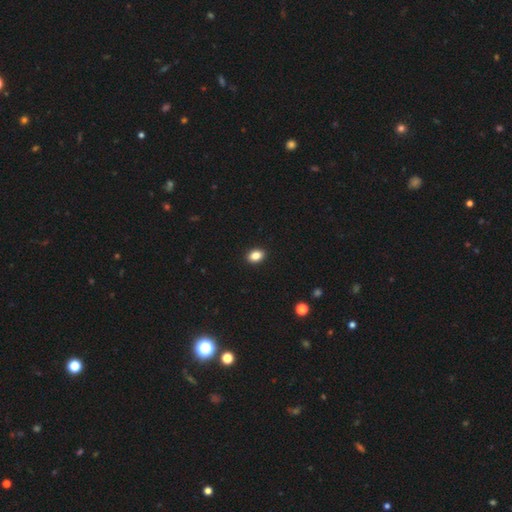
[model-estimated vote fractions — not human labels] Morphology: type=smooth (86%); roundness=in between (72%); merging=none (92%).